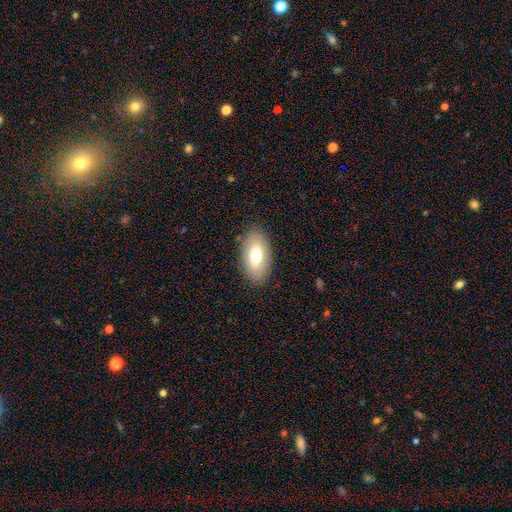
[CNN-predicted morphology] Q: Smooth or featured?
A: smooth (70%); runner-up: featured or disk (23%)
Q: How rounded?
A: in between (91%); runner-up: cigar-shaped (5%)
Q: Merging?
A: none (86%); runner-up: minor disturbance (10%)